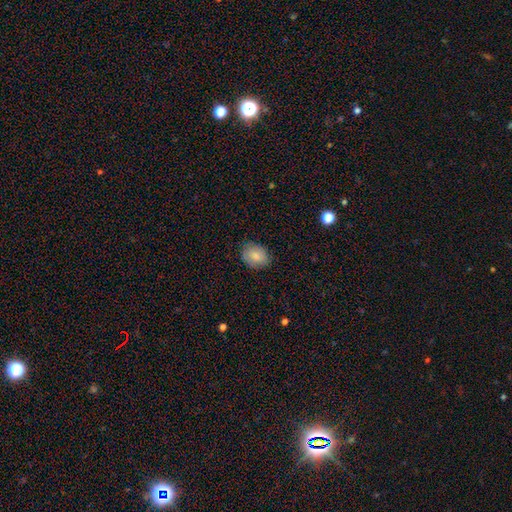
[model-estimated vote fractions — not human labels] Smooth or featured: smooth — 82% (featured or disk — 10%)
How rounded: in between — 57% (round — 42%)
Merging: none — 84% (minor disturbance — 13%)